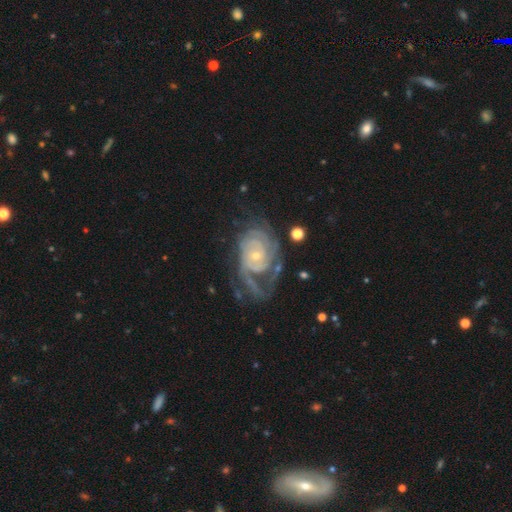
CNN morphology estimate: Smooth or featured: featured or disk — 87% (smooth — 7%)
Edge-on disk: no — 97% (yes — 3%)
Bar: no — 74% (weak — 21%)
Spiral arms: yes — 95% (no — 5%)
Spiral winding: tight — 67% (medium — 25%)
Spiral arm count: can't tell — 32% (2 — 27%)
Bulge size: small — 72% (moderate — 24%)
Merging: none — 46% (major disturbance — 29%)